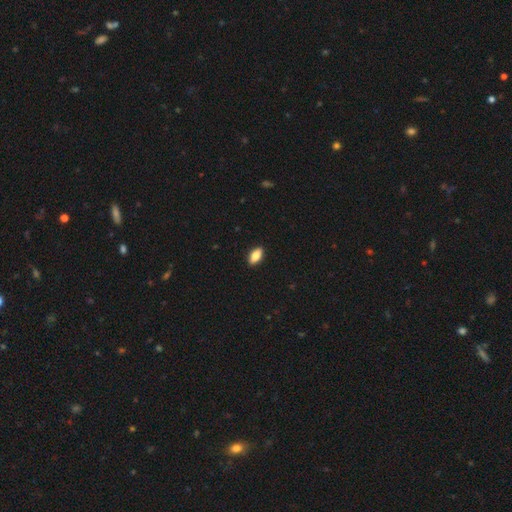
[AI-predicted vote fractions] Smooth or featured?
  - smooth: 83% *
  - featured or disk: 10%
  - star or artifact: 7%
How rounded?
  - in between: 88% *
  - cigar-shaped: 9%
  - round: 3%
Merging?
  - none: 90% *
  - minor disturbance: 7%
  - major disturbance: 2%
  - merger: 1%